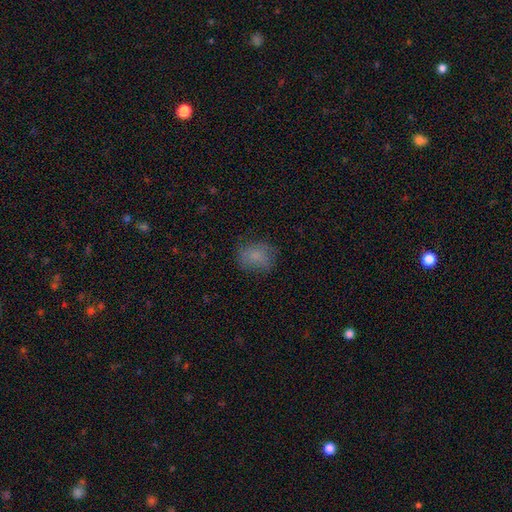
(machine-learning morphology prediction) Smooth or featured? smooth (77%)
How rounded? round (61%)
Merging? none (71%)